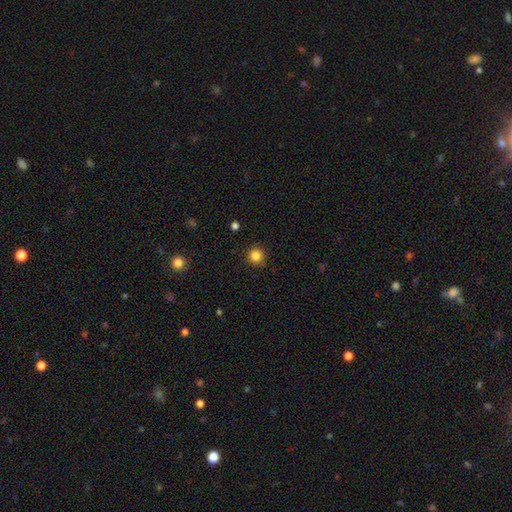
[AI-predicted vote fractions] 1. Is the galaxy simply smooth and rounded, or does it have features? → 84% smooth, 12% star or artifact, 4% featured or disk.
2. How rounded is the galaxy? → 95% round, 5% in between, 1% cigar-shaped.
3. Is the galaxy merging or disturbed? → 90% none, 7% minor disturbance, 2% major disturbance, 1% merger.